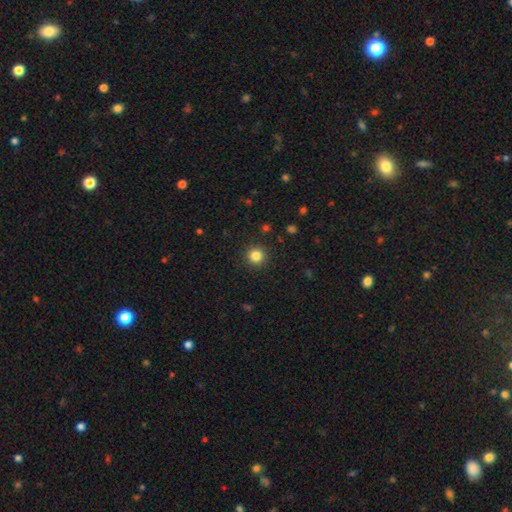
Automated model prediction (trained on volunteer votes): The model was most divided on "smooth or featured": smooth: 84%, star or artifact: 12%, featured or disk: 5%. More confident: how rounded — round (95%); merging — none (92%).